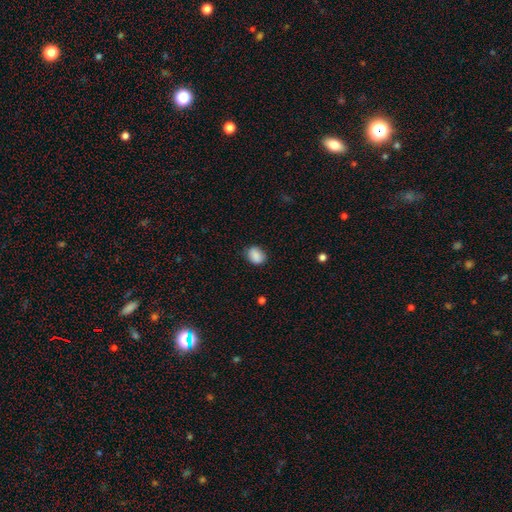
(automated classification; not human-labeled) Smooth or featured? Predicted: smooth (p=0.87). How rounded? Predicted: in between (p=0.58). Merging? Predicted: none (p=0.79).